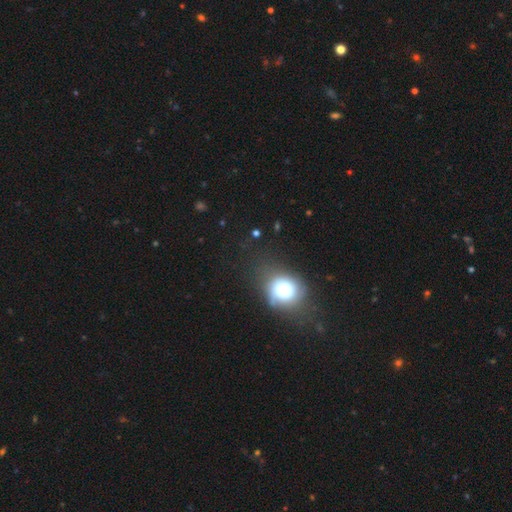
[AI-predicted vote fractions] Smooth or featured? smooth (56%)
How rounded? round (58%)
Merging? none (82%)